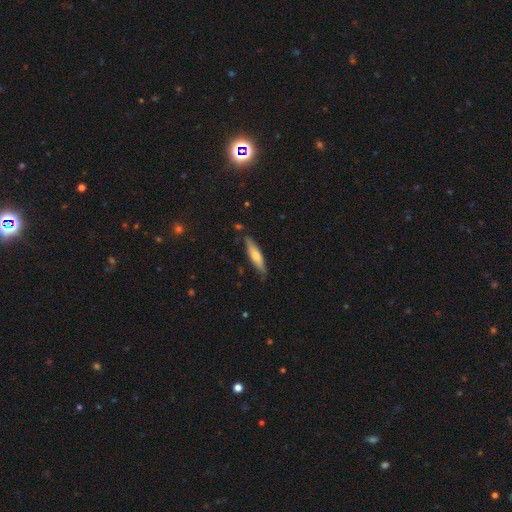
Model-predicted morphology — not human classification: smooth-or-featured: smooth: 60% | featured or disk: 34% | star or artifact: 6%
  how-rounded: cigar-shaped: 80% | in between: 19% | round: 1%
  merging: none: 78% | minor disturbance: 17% | major disturbance: 3% | merger: 2%